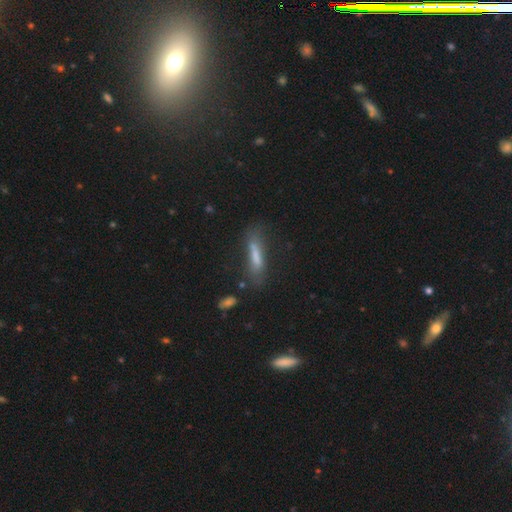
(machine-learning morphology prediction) smooth_or_featured: smooth (p=0.54) [alt: featured or disk p=0.33]
how_rounded: cigar-shaped (p=0.83) [alt: in between p=0.16]
merging: none (p=0.63) [alt: minor disturbance p=0.21]